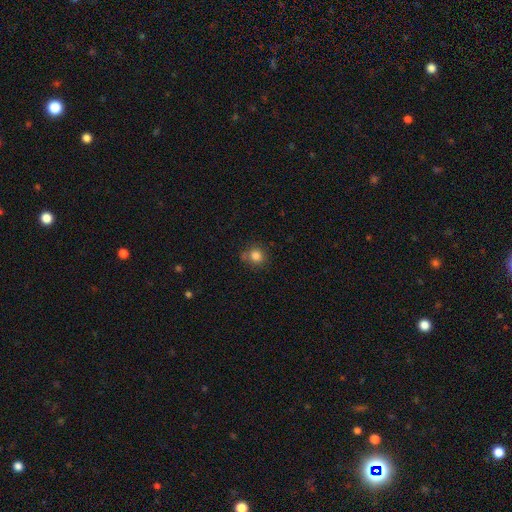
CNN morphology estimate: smooth 83%, star or artifact 11%, featured or disk 6%. Down the decision tree: how rounded — round (86%); merging — none (71%).